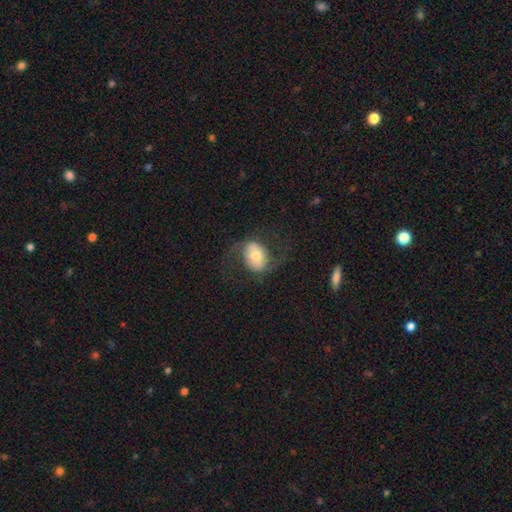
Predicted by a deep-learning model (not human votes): The model was most divided on "smooth or featured": featured or disk: 53%, smooth: 40%, star or artifact: 7%. Remaining: edge-on disk — no (95%); spiral arms — yes (76%); merging — none (66%); bulge size — moderate (63%); bar — no (49%).